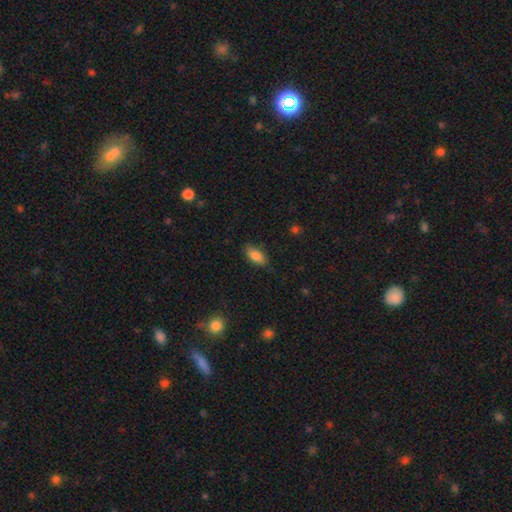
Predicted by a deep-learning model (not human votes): smooth_or_featured: smooth (p=0.84) [alt: featured or disk p=0.08]
how_rounded: in between (p=0.86) [alt: cigar-shaped p=0.11]
merging: none (p=0.81) [alt: minor disturbance p=0.15]